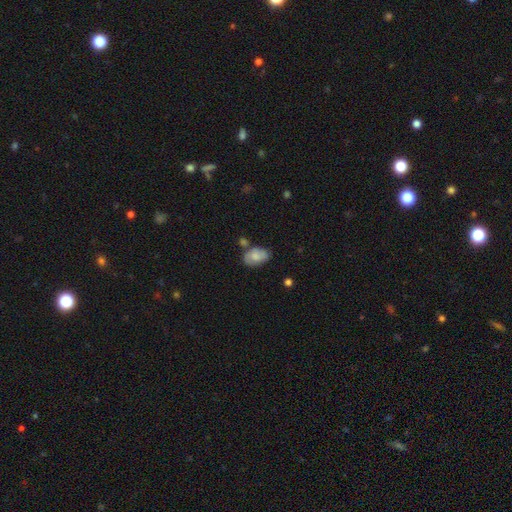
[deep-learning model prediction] The model was most divided on "merging": none: 57%, minor disturbance: 24%, merger: 12%, major disturbance: 7%. More confident: how rounded — in between (88%); smooth or featured — smooth (63%).